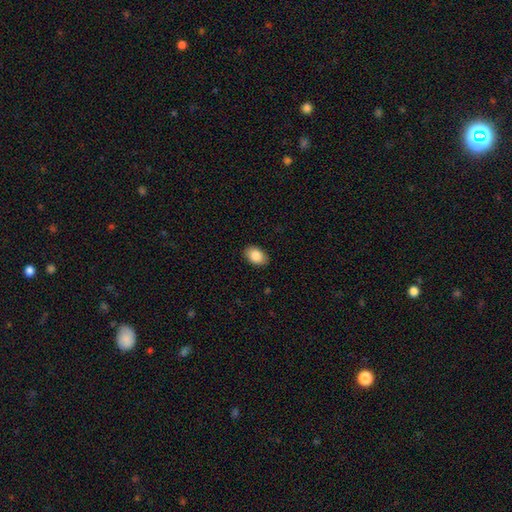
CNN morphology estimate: A smooth galaxy with no disk features (87%) that is in between round and cigar-shaped (86%).

Vote fractions:
- Smooth or featured? smooth: 87% / star or artifact: 7% / featured or disk: 6%
- How rounded? in between: 86% / round: 13% / cigar-shaped: 1%
- Merging? none: 88% / minor disturbance: 9% / major disturbance: 2% / merger: 1%